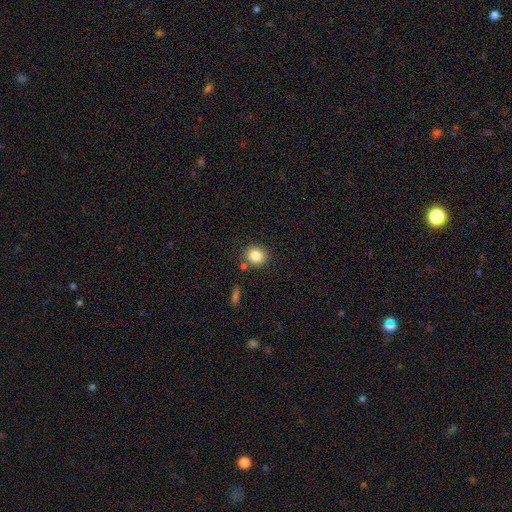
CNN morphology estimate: A smooth galaxy with no disk features (84%) that is round (85%). Merging: none (82%).